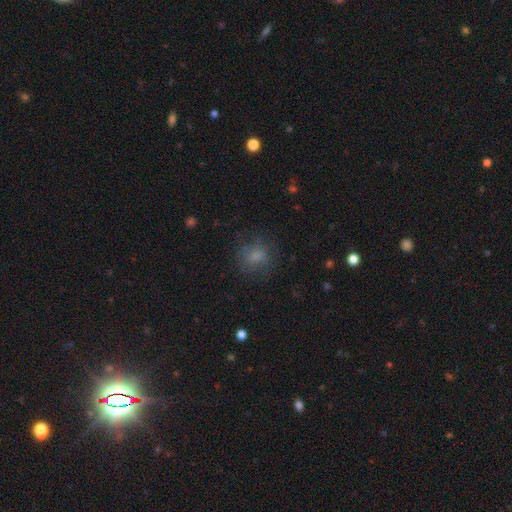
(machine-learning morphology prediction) Smooth or featured?
  - smooth: 71% *
  - featured or disk: 16%
  - star or artifact: 13%
How rounded?
  - round: 75% *
  - in between: 24%
  - cigar-shaped: 1%
Merging?
  - none: 69% *
  - minor disturbance: 18%
  - major disturbance: 12%
  - merger: 1%